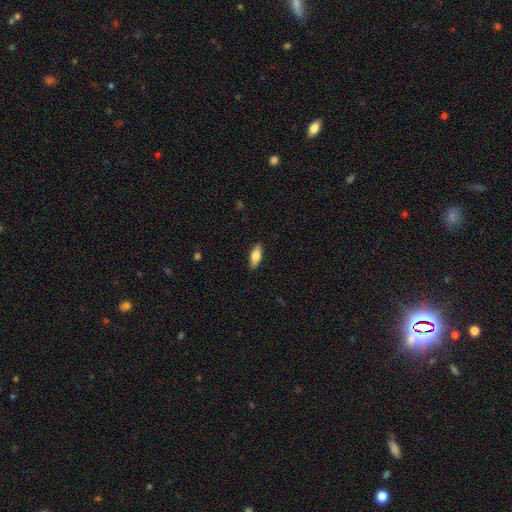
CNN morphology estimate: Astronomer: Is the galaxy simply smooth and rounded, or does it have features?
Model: smooth — 77%.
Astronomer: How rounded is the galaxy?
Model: in between — 72%.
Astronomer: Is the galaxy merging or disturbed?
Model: none — 89%.